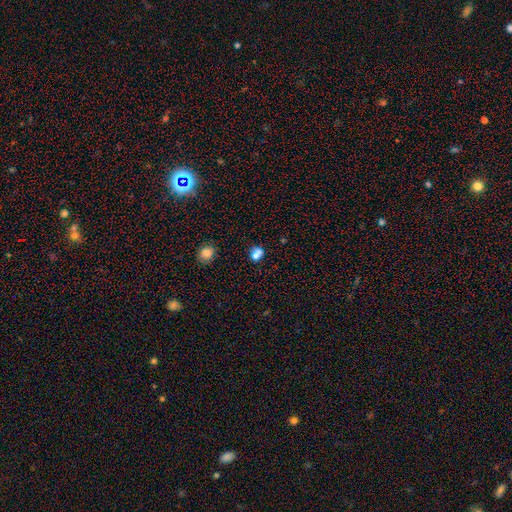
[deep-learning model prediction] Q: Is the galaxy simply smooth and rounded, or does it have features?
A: smooth — 67%.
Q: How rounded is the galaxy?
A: round — 68%.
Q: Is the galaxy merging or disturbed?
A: none — 67%.